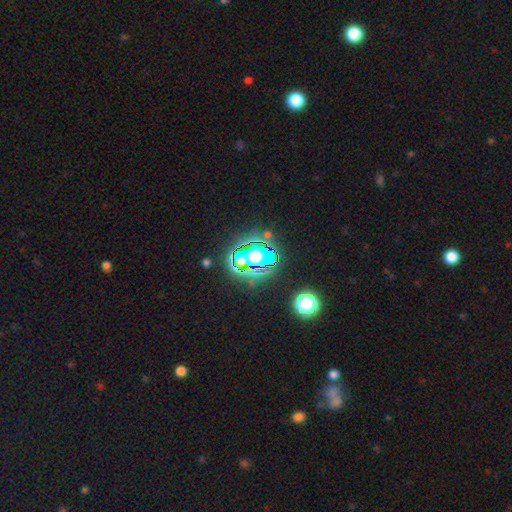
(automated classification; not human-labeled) Morphology: type=star or artifact (76%).